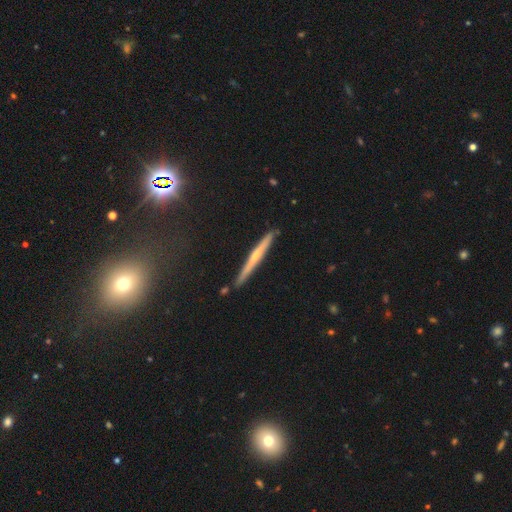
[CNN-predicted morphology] Smooth or featured? featured or disk (59%)
Edge-on disk? yes (97%)
Edge-on bulge? none (50%)
Merging? none (88%)